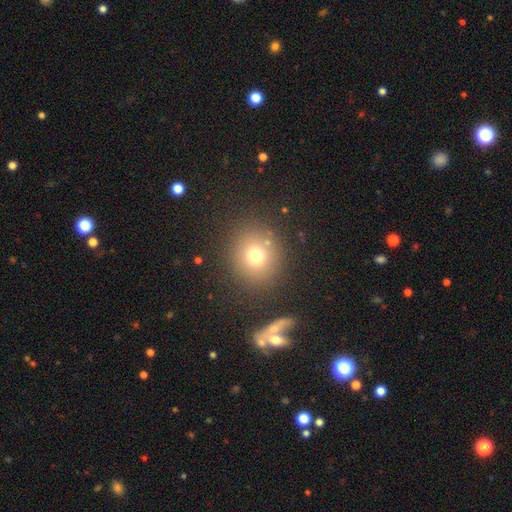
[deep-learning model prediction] Q: Smooth or featured?
A: smooth (73%); runner-up: star or artifact (17%)
Q: How rounded?
A: round (87%); runner-up: in between (12%)
Q: Merging?
A: none (83%); runner-up: minor disturbance (8%)